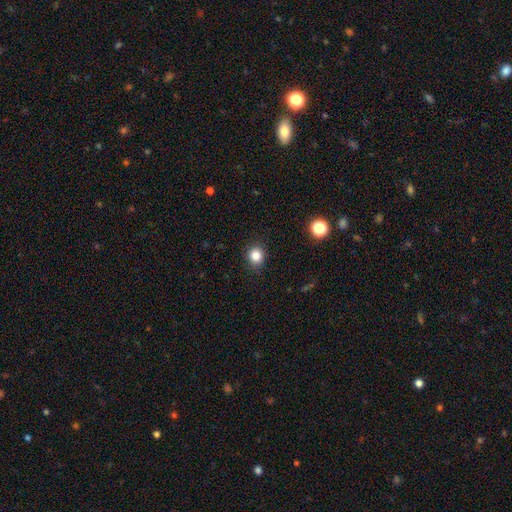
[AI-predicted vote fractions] Smooth or featured? Predicted: smooth (p=0.84). How rounded? Predicted: round (p=0.82). Merging? Predicted: none (p=0.89).